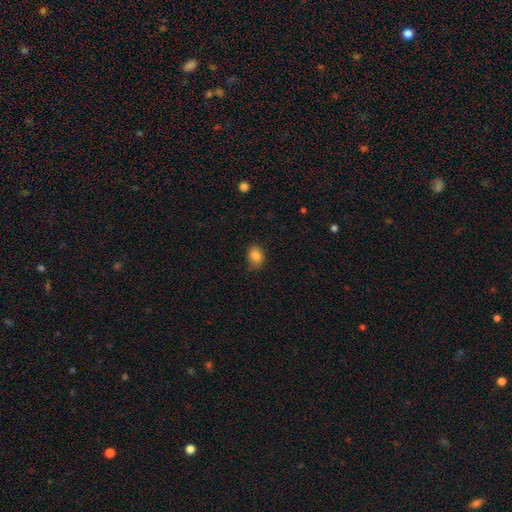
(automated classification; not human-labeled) smooth 83%, star or artifact 10%, featured or disk 7%. Down the decision tree: how rounded — round (52%); merging — none (73%).